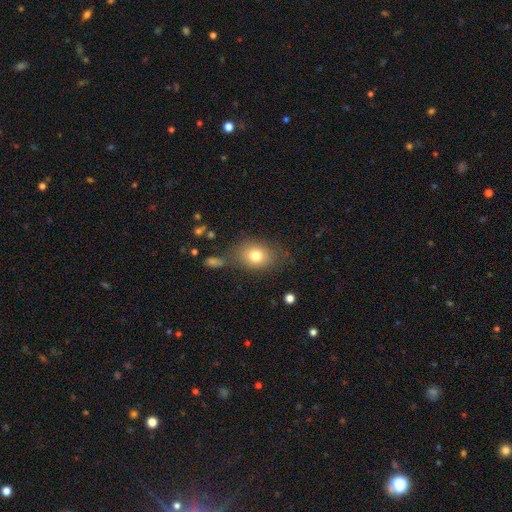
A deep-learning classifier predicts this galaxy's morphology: smooth 77%, featured or disk 12%, star or artifact 10%. Down the decision tree: how rounded — in between (59%); merging — none (71%).